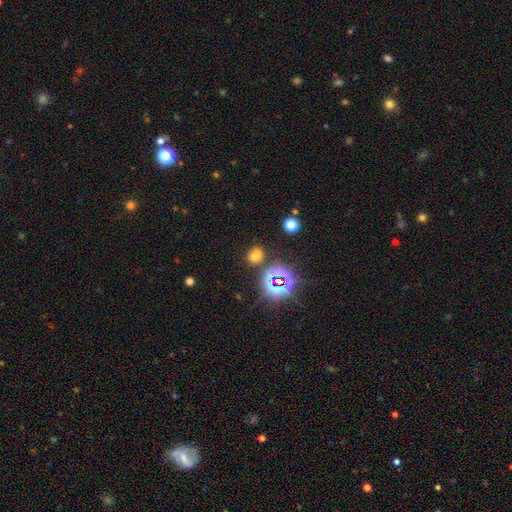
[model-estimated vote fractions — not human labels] smooth_or_featured: smooth (p=0.50) [alt: star or artifact p=0.39]
how_rounded: round (p=0.69) [alt: in between p=0.29]
merging: none (p=0.54) [alt: merger p=0.31]